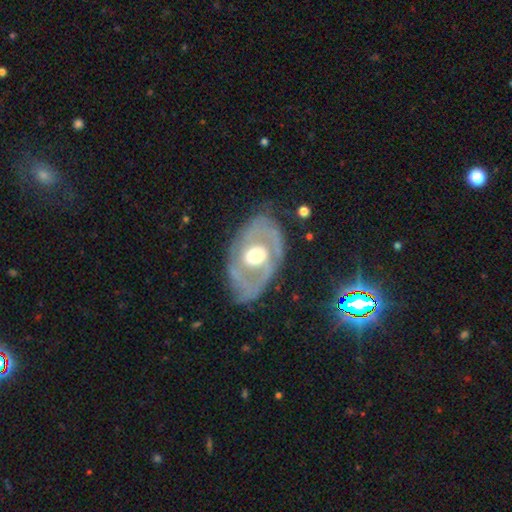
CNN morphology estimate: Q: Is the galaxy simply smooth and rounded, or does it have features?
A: featured or disk — 78%.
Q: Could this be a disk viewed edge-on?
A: no — 95%.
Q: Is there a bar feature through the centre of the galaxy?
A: no — 59%.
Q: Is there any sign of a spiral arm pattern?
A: yes — 67%.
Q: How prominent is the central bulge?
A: moderate — 66%.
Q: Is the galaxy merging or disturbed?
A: none — 64%.